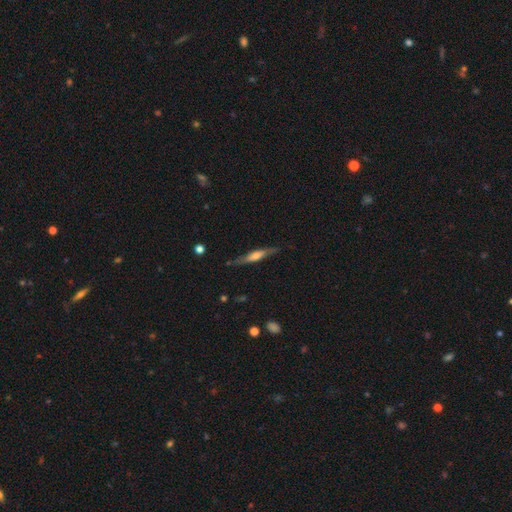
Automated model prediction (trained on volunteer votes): Smooth or featured? Predicted: featured or disk (p=0.56). Edge-on disk? Predicted: yes (p=0.88). Merging? Predicted: none (p=0.78).